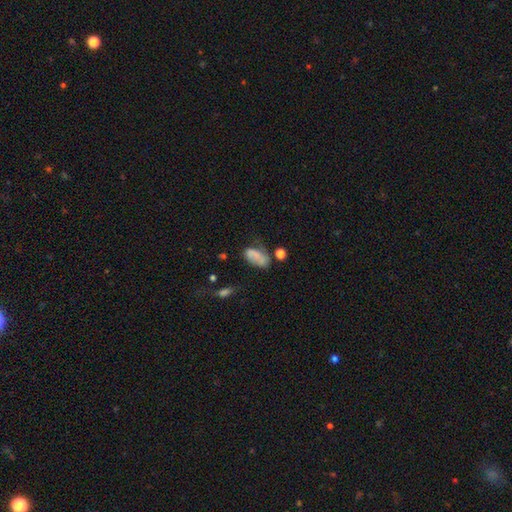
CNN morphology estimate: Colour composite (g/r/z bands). It shows a smooth galaxy with no disk features (74%) that is in between round and cigar-shaped (91%). Merging: none (44%).